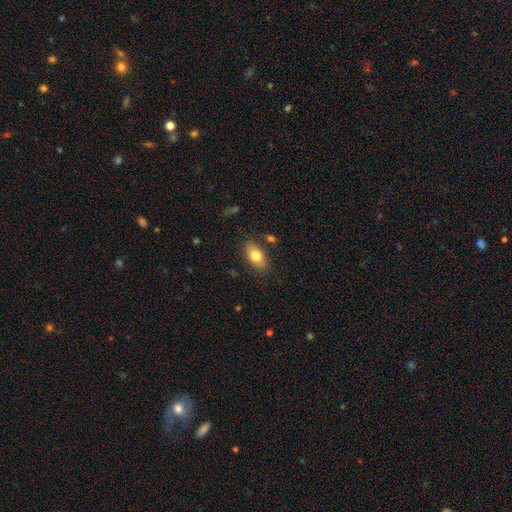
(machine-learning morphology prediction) Smooth or featured: smooth — 77% (featured or disk — 16%)
How rounded: in between — 89% (round — 7%)
Merging: none — 80% (minor disturbance — 14%)